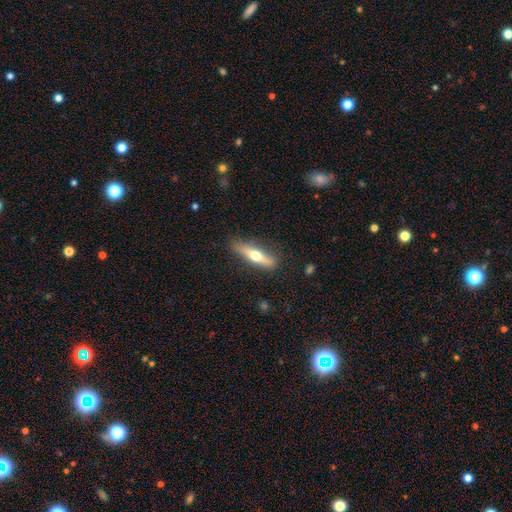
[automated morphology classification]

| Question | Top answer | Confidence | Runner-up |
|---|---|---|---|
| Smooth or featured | featured or disk | 53% | smooth (42%) |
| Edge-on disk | yes | 91% | no (9%) |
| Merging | none | 85% | minor disturbance (11%) |